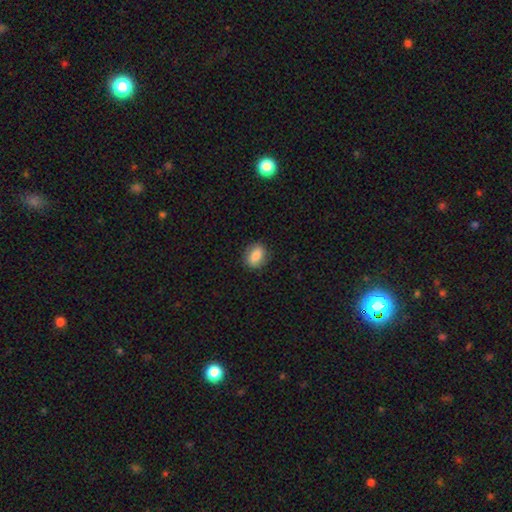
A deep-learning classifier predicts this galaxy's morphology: type=smooth (82%); roundness=in between (66%); merging=none (85%).